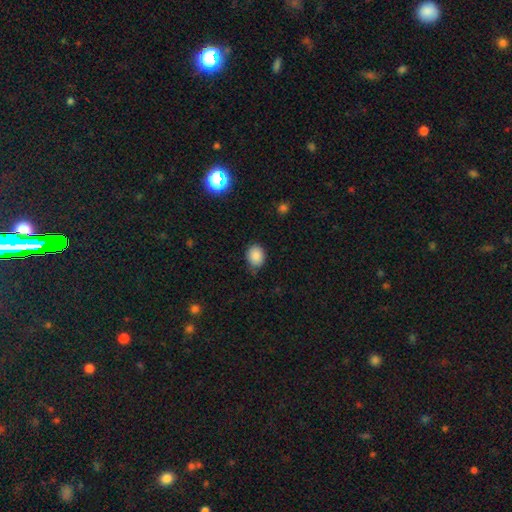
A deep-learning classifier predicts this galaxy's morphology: type=smooth (87%); roundness=round (55%); merging=none (72%).